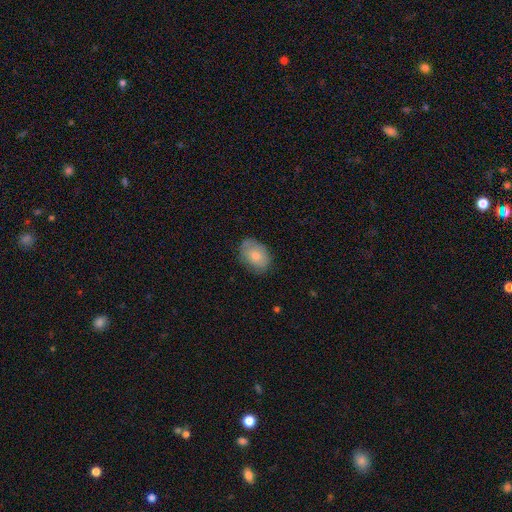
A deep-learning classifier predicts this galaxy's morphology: This appears to be a smooth galaxy with no disk features (76%) that is in between round and cigar-shaped (76%). Merging: none (74%).